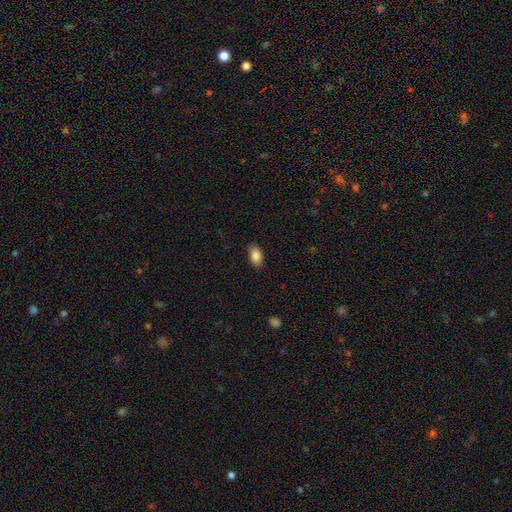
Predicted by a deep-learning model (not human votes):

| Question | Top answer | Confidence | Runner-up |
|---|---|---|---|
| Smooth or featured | smooth | 85% | featured or disk (8%) |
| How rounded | in between | 92% | round (6%) |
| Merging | none | 87% | minor disturbance (10%) |